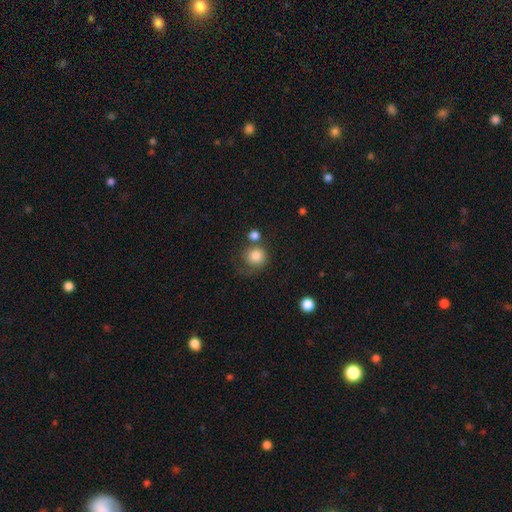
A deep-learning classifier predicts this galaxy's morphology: Smooth or featured? Predicted: smooth (p=0.81). How rounded? Predicted: round (p=0.88). Merging? Predicted: none (p=0.47).